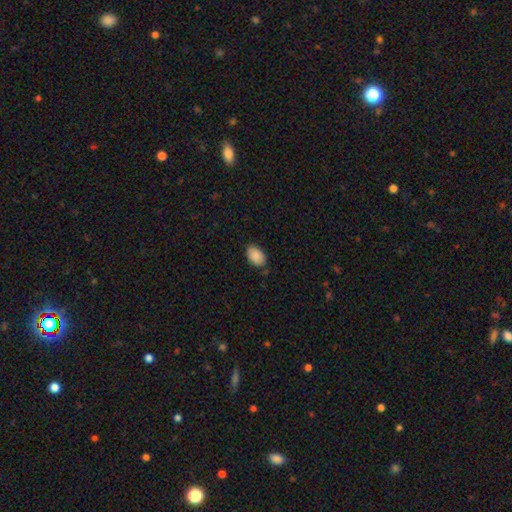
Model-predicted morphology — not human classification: smooth 89%, star or artifact 7%, featured or disk 5%. Down the decision tree: how rounded — in between (91%); merging — none (83%).